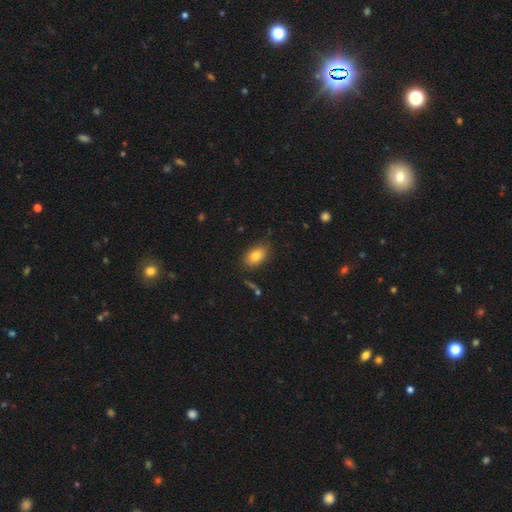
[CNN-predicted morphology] A smooth galaxy with no disk features (81%) that is in between round and cigar-shaped (89%). Merging: none (82%).